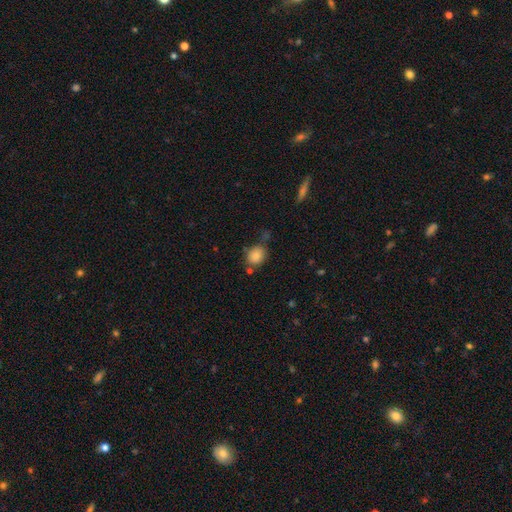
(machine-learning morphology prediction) Smooth or featured?
  - smooth: 85% *
  - star or artifact: 10%
  - featured or disk: 5%
How rounded?
  - round: 59% *
  - in between: 40%
  - cigar-shaped: 1%
Merging?
  - none: 62% *
  - minor disturbance: 19%
  - merger: 12%
  - major disturbance: 6%